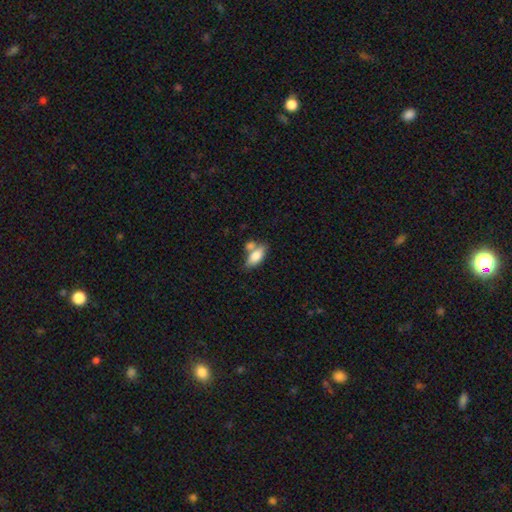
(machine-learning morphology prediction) Smooth or featured? smooth (79%)
How rounded? in between (85%)
Merging? none (47%)